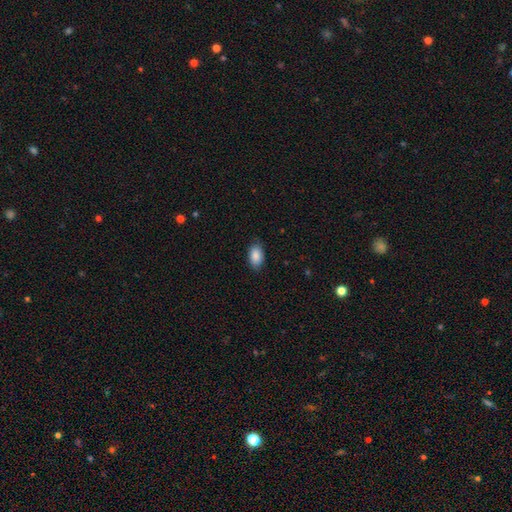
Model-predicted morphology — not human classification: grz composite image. It shows a smooth galaxy with no disk features (88%) that is in between round and cigar-shaped (93%). Merging: none (84%).